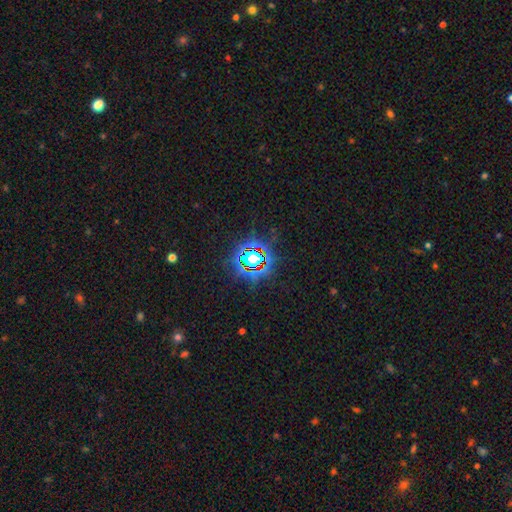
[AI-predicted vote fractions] This is likely a star or artifact rather than a galaxy (77%).